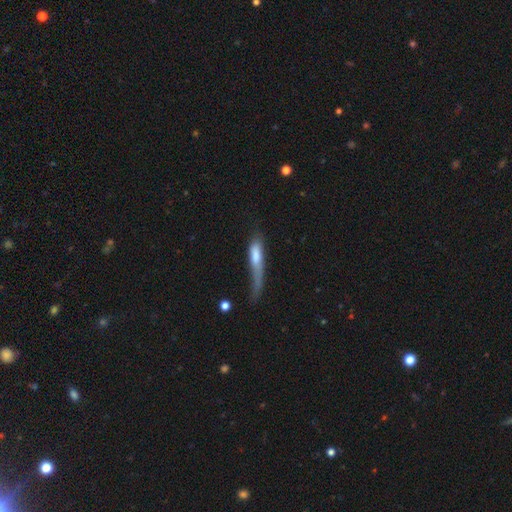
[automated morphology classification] Smooth or featured? smooth (63%)
How rounded? cigar-shaped (73%)
Merging? major disturbance (45%)